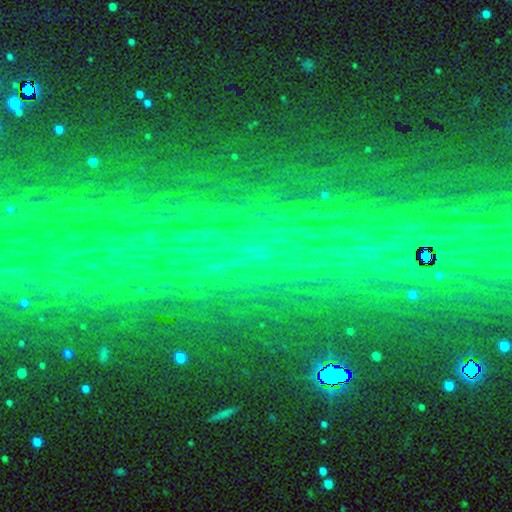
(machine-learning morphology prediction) Smooth or featured? star or artifact (82%)